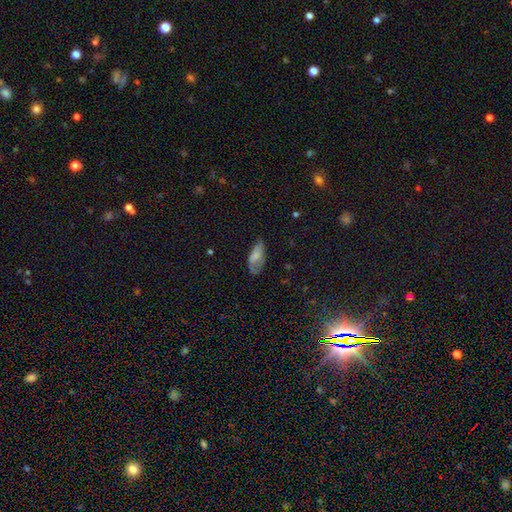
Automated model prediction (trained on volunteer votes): smooth-or-featured: smooth: 65% | featured or disk: 27% | star or artifact: 9%
  how-rounded: in between: 85% | cigar-shaped: 12% | round: 3%
  merging: none: 46% | minor disturbance: 34% | major disturbance: 18% | merger: 2%